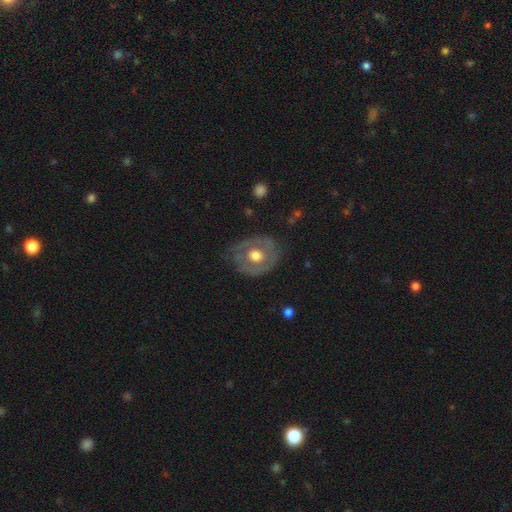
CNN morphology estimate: Overall: featured or disk (54%; smooth 40%). Edge-on disk: no (95%). Bar: no (87%). Spiral arms: no (80%). Bulge size: moderate (55%; large 38%). Merging: none (72%).